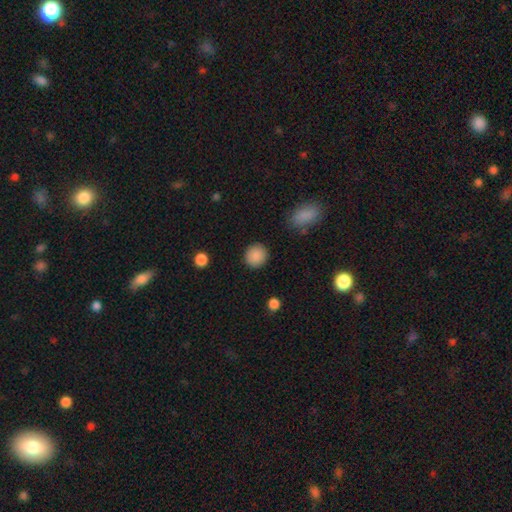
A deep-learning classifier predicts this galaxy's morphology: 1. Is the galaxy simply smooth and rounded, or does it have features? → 89% smooth, 8% star or artifact, 3% featured or disk.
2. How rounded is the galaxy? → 90% round, 9% in between, 1% cigar-shaped.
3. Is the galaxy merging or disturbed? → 90% none, 6% minor disturbance, 3% major disturbance, 1% merger.